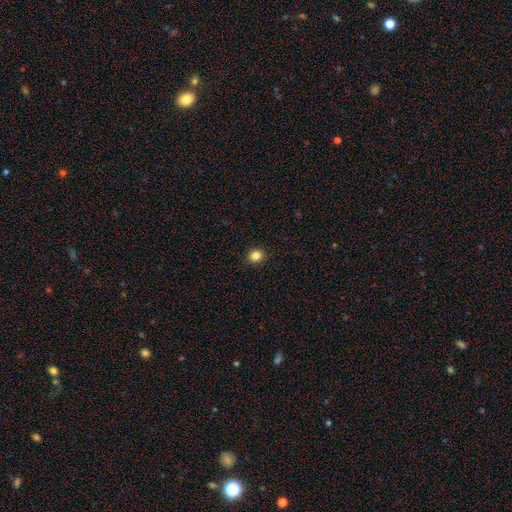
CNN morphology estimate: This is clearly a smooth galaxy (84%). How rounded: likely round (80%). Merging: clearly none (91%).